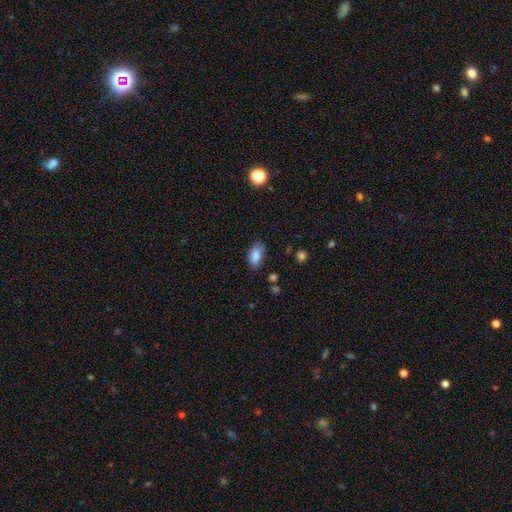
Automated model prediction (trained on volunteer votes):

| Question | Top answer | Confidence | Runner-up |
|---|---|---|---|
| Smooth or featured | smooth | 85% | star or artifact (8%) |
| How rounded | in between | 90% | cigar-shaped (7%) |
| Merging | none | 76% | minor disturbance (18%) |